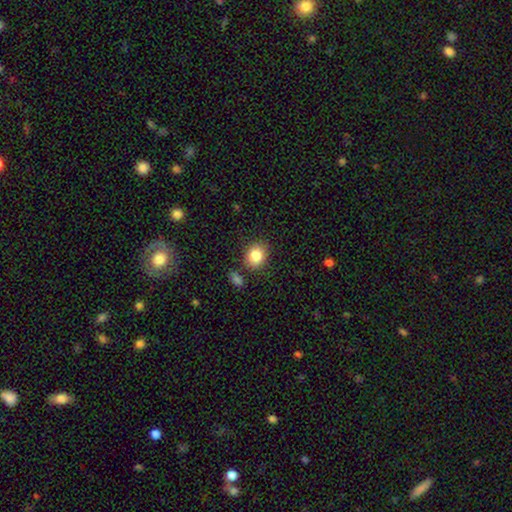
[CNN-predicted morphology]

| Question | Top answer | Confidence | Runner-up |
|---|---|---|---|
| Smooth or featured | smooth | 85% | star or artifact (9%) |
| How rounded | round | 65% | in between (34%) |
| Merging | none | 80% | minor disturbance (11%) |